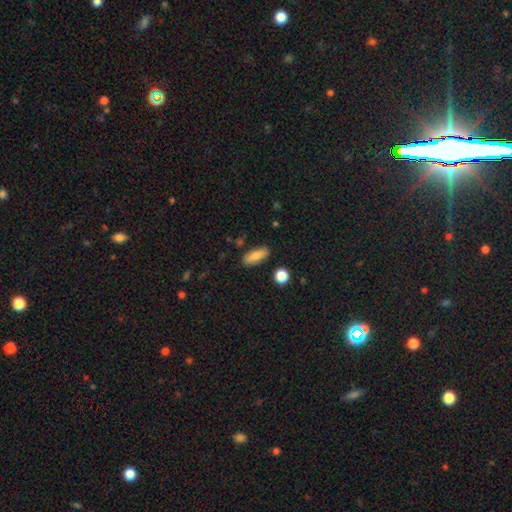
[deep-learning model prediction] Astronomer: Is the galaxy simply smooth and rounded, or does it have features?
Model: smooth — 82%.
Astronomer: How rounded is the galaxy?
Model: in between — 70%.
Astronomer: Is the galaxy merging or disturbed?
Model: none — 85%.